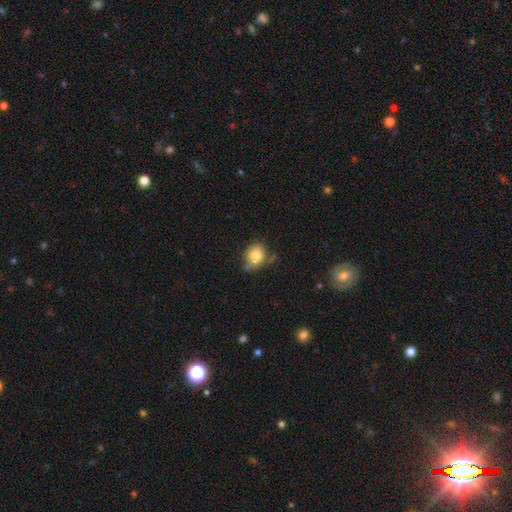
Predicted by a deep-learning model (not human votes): Smooth or featured: smooth — 80% (featured or disk — 11%)
How rounded: round — 66% (in between — 33%)
Merging: none — 62% (minor disturbance — 23%)